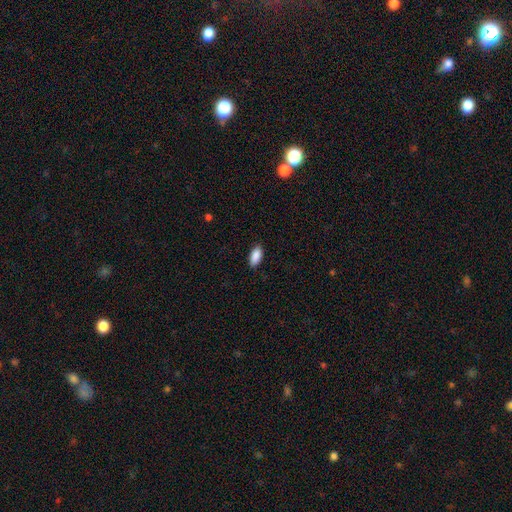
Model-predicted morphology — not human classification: Smooth or featured: smooth — 90% (star or artifact — 6%)
How rounded: in between — 90% (cigar-shaped — 8%)
Merging: none — 88% (minor disturbance — 9%)